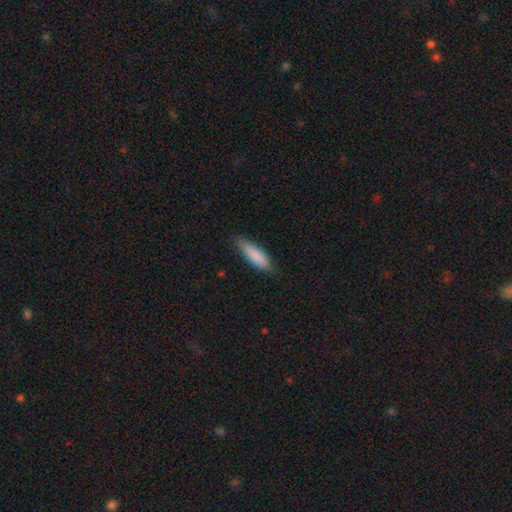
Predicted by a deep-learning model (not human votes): The model was most divided on "how rounded": cigar-shaped: 58%, in between: 41%, round: 1%. More confident: smooth or featured — smooth (87%); merging — none (80%).